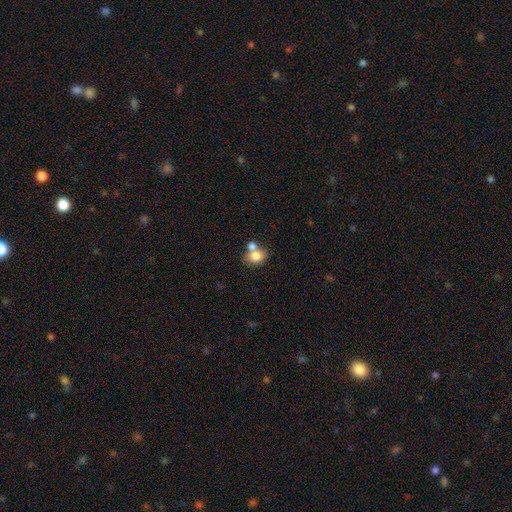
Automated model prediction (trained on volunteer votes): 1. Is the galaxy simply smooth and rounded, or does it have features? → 79% smooth, 12% featured or disk, 9% star or artifact.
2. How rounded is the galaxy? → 50% in between, 49% round, 1% cigar-shaped.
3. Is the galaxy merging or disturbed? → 44% none, 42% merger, 11% minor disturbance, 4% major disturbance.